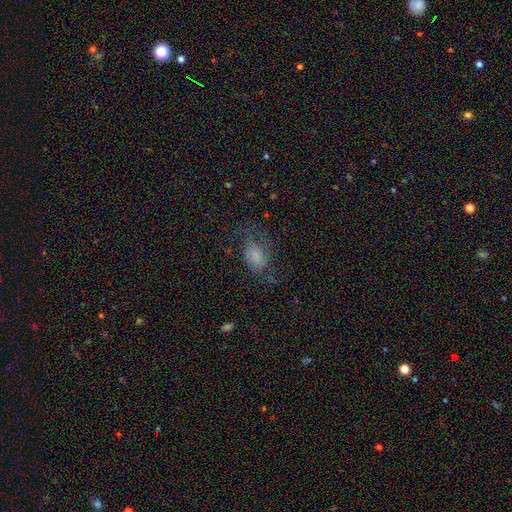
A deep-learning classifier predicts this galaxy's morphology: A smooth galaxy with no disk features (67%) that is in between round and cigar-shaped (88%). Merging: none (42%).